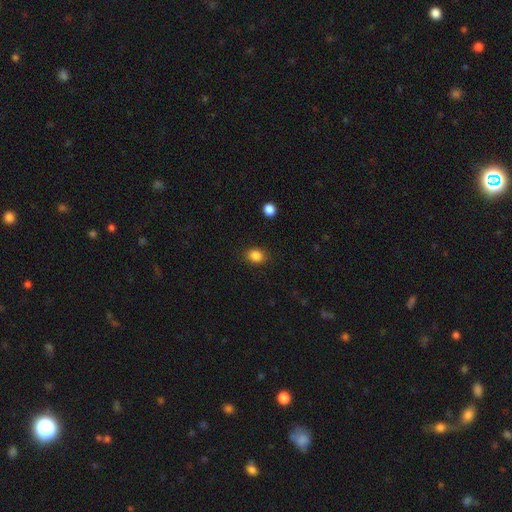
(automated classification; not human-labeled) The model was most divided on "how rounded": round: 52%, in between: 47%, cigar-shaped: 1%. More confident: merging — none (87%); smooth or featured — smooth (86%).